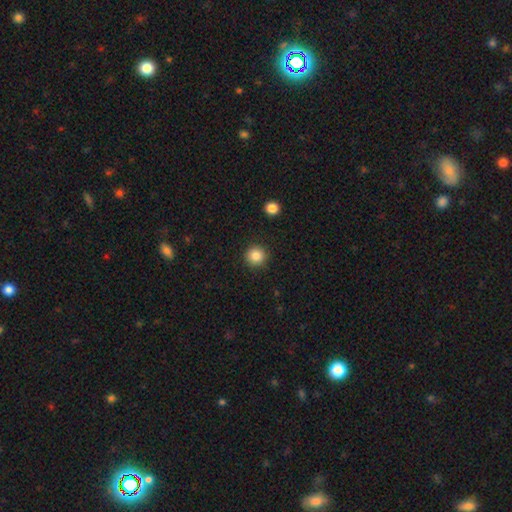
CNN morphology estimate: A smooth galaxy with no disk features (85%) that is round (94%).

Vote fractions:
- Smooth or featured? smooth: 85% / star or artifact: 10% / featured or disk: 5%
- How rounded? round: 94% / in between: 5% / cigar-shaped: 1%
- Merging? none: 91% / minor disturbance: 5% / major disturbance: 2% / merger: 1%